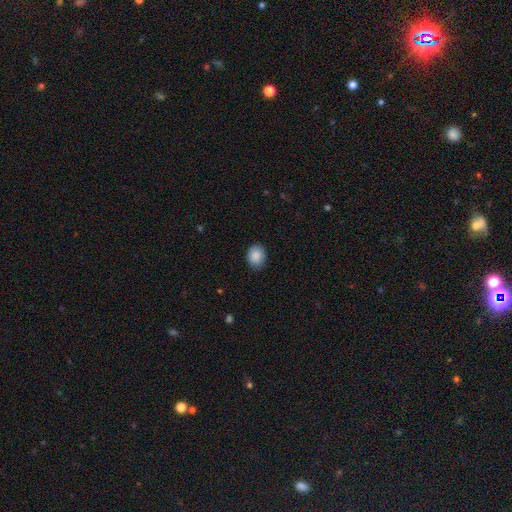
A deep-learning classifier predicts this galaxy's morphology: A smooth galaxy with no disk features (89%) that is round (53%). Merging: none (85%).